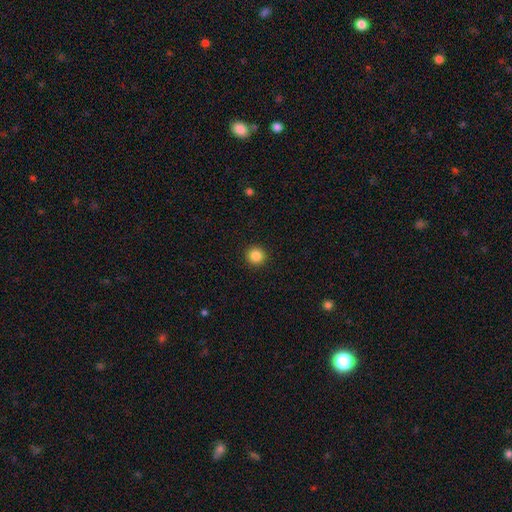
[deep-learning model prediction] Smooth or featured: smooth — 85% (star or artifact — 11%)
How rounded: round — 95% (in between — 4%)
Merging: none — 93% (minor disturbance — 4%)